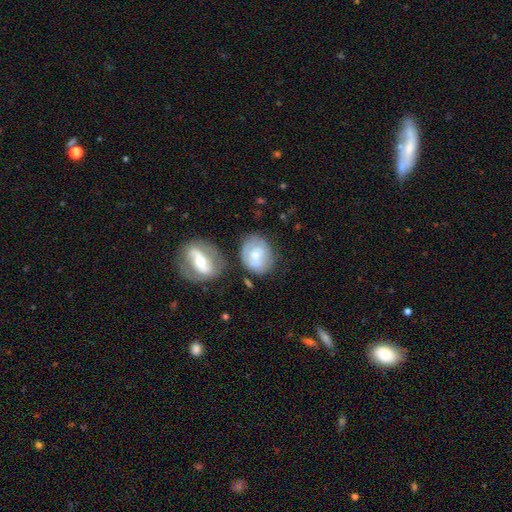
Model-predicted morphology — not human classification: Overall: featured or disk (49%; smooth 45%). Merging: none (58%; minor disturbance 23%).